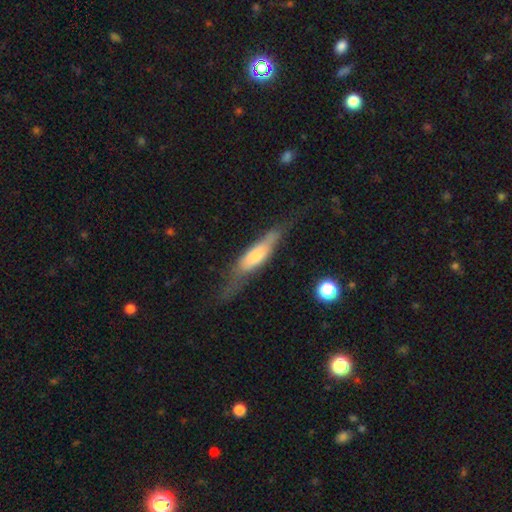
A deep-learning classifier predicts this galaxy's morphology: smooth-or-featured: smooth: 49% | featured or disk: 44% | star or artifact: 7%
  merging: none: 52% | minor disturbance: 27% | major disturbance: 18% | merger: 3%